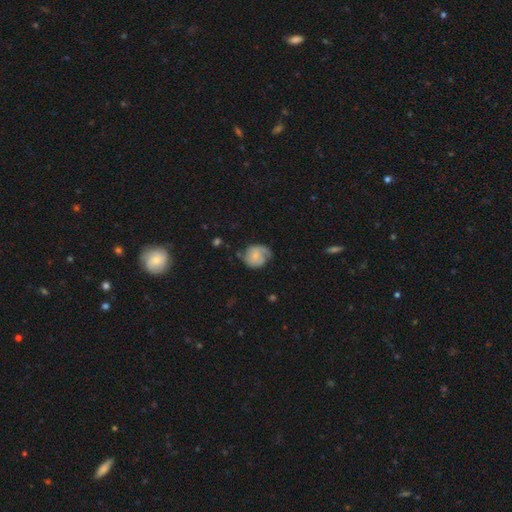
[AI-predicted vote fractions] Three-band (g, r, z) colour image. It shows a featured or disk galaxy (47%). Merging: none (51%).